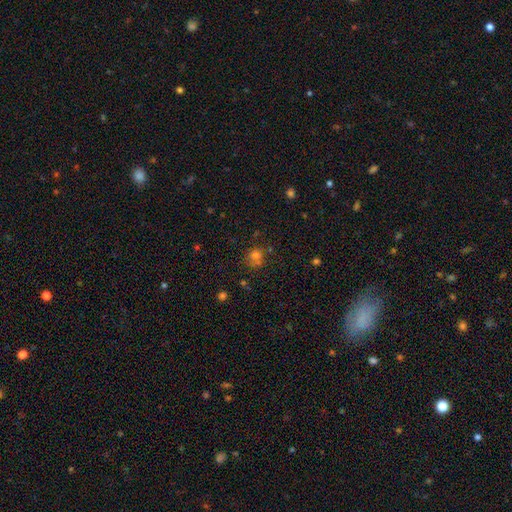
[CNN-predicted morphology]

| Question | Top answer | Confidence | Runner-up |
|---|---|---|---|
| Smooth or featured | smooth | 71% | star or artifact (18%) |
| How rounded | round | 79% | in between (20%) |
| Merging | none | 56% | merger (20%) |